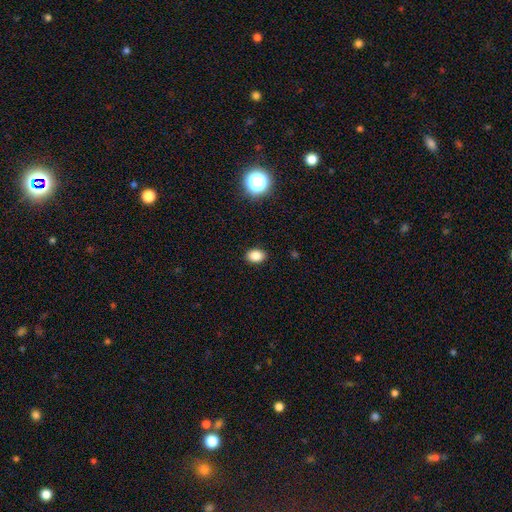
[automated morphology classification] Smooth or featured? Predicted: smooth (p=0.84). How rounded? Predicted: in between (p=0.75). Merging? Predicted: none (p=0.89).